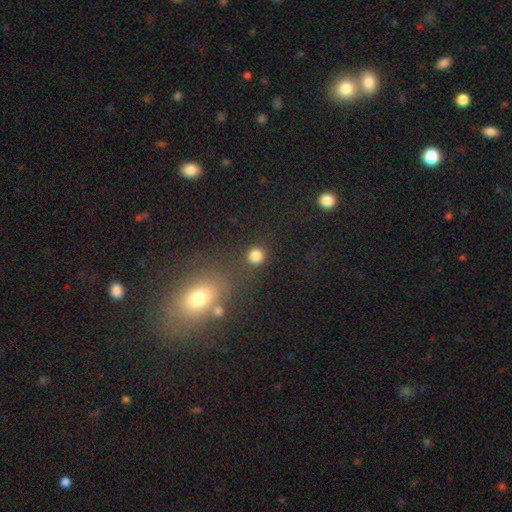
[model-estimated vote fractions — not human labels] This appears to be a smooth galaxy with no disk features (83%) that is round (91%). Merging: none (85%).